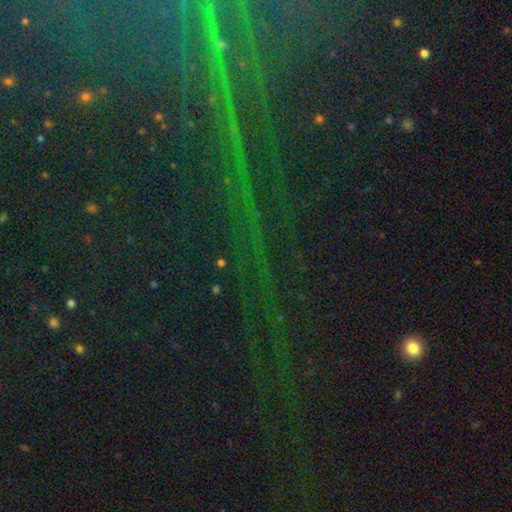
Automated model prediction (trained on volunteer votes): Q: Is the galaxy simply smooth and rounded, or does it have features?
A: star or artifact — 83%.